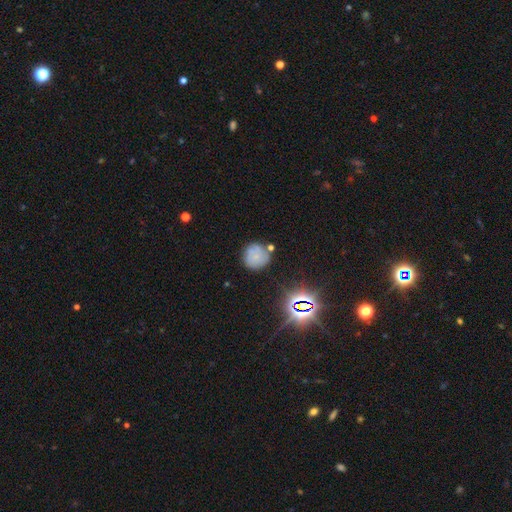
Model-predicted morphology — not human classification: This is likely a smooth galaxy (63%). How rounded: clearly round (91%). Merging: likely none (66%).